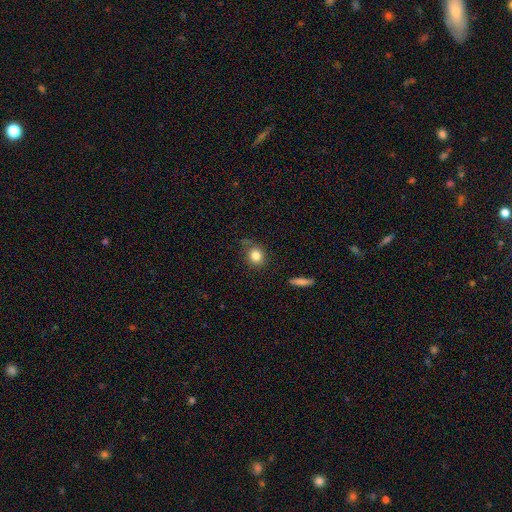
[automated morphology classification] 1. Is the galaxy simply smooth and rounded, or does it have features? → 83% smooth, 10% star or artifact, 7% featured or disk.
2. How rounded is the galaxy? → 78% round, 20% in between, 1% cigar-shaped.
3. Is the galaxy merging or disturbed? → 74% none, 18% minor disturbance, 5% major disturbance, 4% merger.